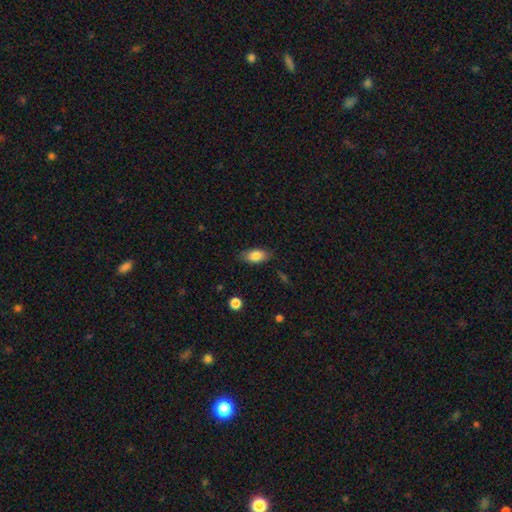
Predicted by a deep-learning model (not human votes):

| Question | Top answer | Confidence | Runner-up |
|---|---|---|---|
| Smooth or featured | smooth | 83% | featured or disk (9%) |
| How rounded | in between | 89% | cigar-shaped (6%) |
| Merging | none | 81% | minor disturbance (15%) |